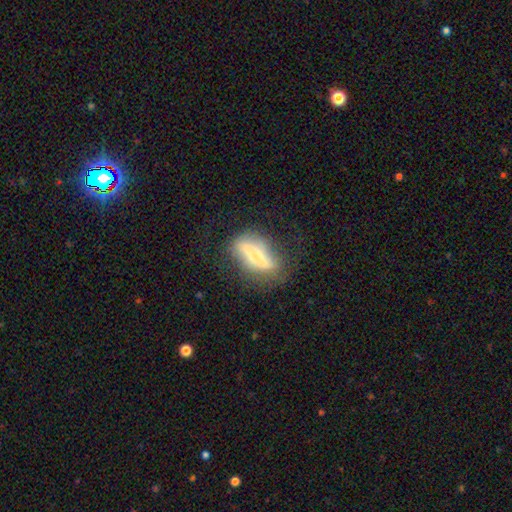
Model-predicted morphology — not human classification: Smooth or featured?
  - smooth: 49% *
  - featured or disk: 43%
  - star or artifact: 8%
Merging?
  - none: 63% *
  - minor disturbance: 22%
  - major disturbance: 13%
  - merger: 3%